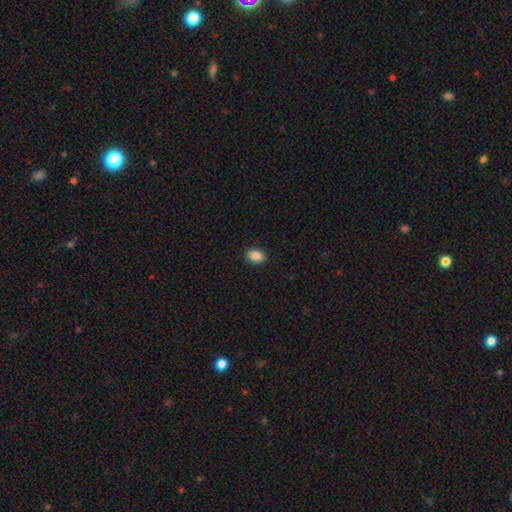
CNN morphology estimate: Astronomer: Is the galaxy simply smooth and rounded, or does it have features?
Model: smooth — 89%.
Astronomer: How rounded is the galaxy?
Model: in between — 77%.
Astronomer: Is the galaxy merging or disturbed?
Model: none — 90%.